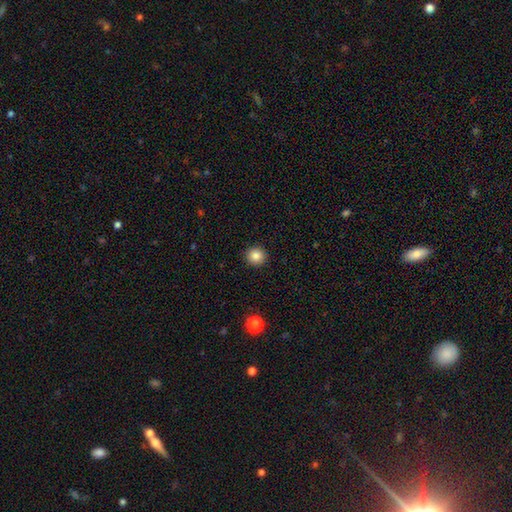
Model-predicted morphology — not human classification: Smooth or featured: smooth — 85% (star or artifact — 10%)
How rounded: round — 93% (in between — 7%)
Merging: none — 93% (minor disturbance — 5%)